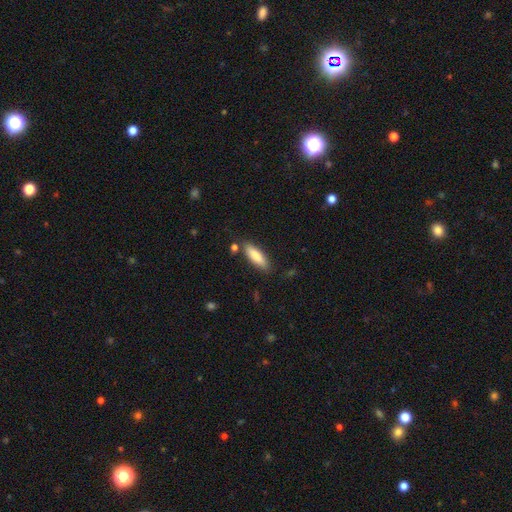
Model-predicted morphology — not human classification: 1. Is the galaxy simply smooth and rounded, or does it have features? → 84% smooth, 10% featured or disk, 6% star or artifact.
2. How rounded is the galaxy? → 51% cigar-shaped, 48% in between, 2% round.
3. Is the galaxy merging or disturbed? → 81% none, 12% minor disturbance, 4% merger, 3% major disturbance.